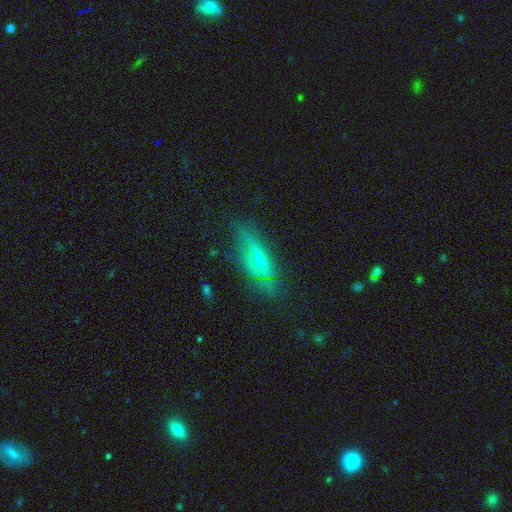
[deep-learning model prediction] Smooth or featured? featured or disk (46%)
Merging? none (68%)